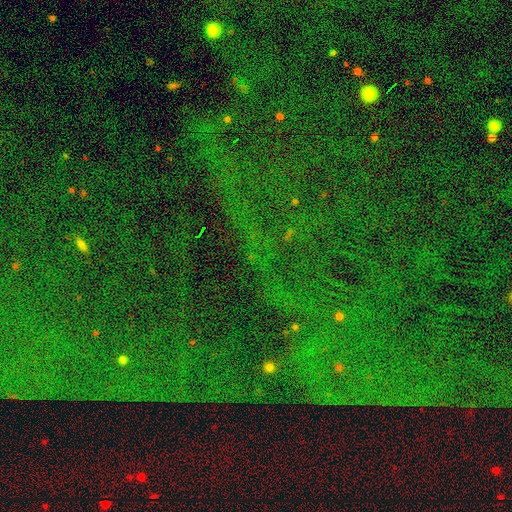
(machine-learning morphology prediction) smooth-or-featured: star or artifact: 85% | smooth: 8% | featured or disk: 8%